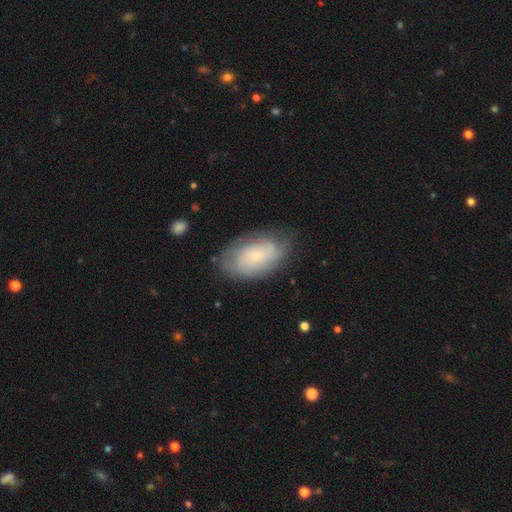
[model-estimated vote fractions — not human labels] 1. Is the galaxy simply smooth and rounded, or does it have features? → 48% smooth, 45% featured or disk, 8% star or artifact.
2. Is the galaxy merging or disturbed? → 73% none, 20% minor disturbance, 6% major disturbance, 1% merger.